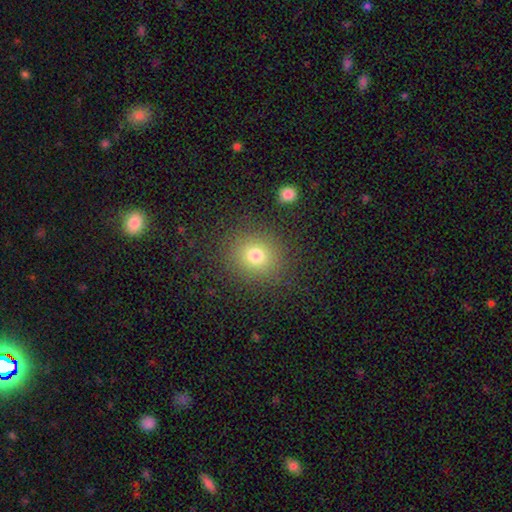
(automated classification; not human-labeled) smooth_or_featured: smooth (p=0.75) [alt: star or artifact p=0.16]
how_rounded: round (p=0.81) [alt: in between p=0.18]
merging: none (p=0.87) [alt: minor disturbance p=0.08]